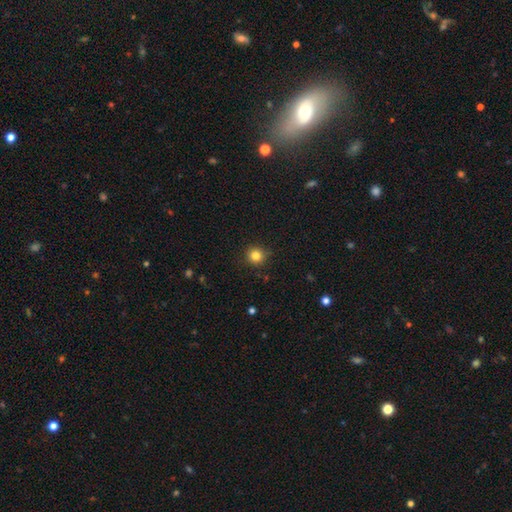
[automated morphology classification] This is clearly a smooth galaxy (83%). How rounded: clearly round (93%). Merging: clearly none (88%).